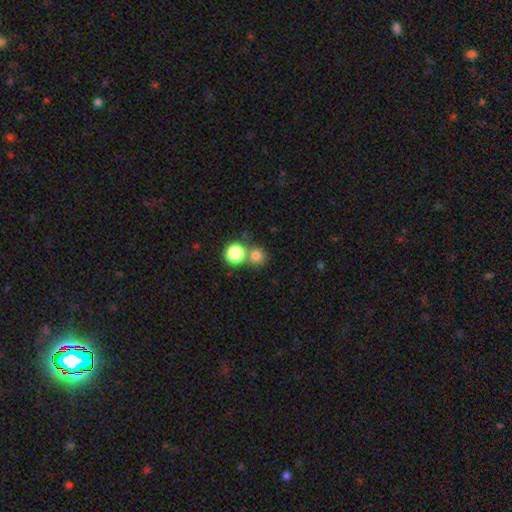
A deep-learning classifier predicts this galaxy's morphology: This is likely a smooth galaxy (79%). How rounded: clearly round (86%). Merging: possibly none (56%).